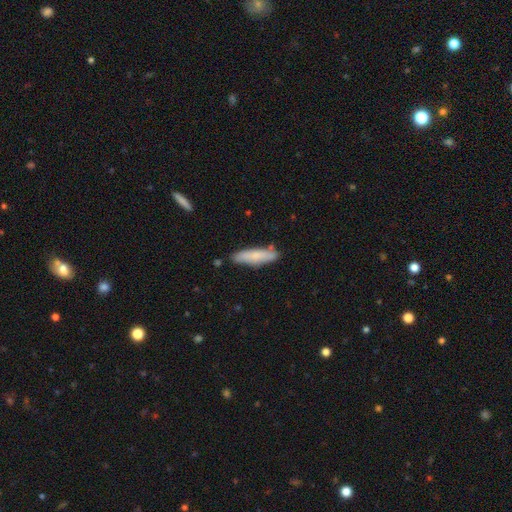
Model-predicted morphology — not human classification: Smooth or featured? Predicted: smooth (p=0.73). How rounded? Predicted: cigar-shaped (p=0.75). Merging? Predicted: none (p=0.78).